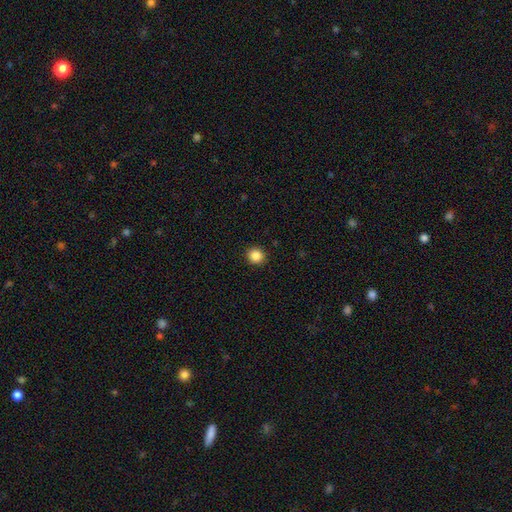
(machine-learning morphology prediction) Overall: smooth (86%). How rounded: round (92%). Merging: none (92%).